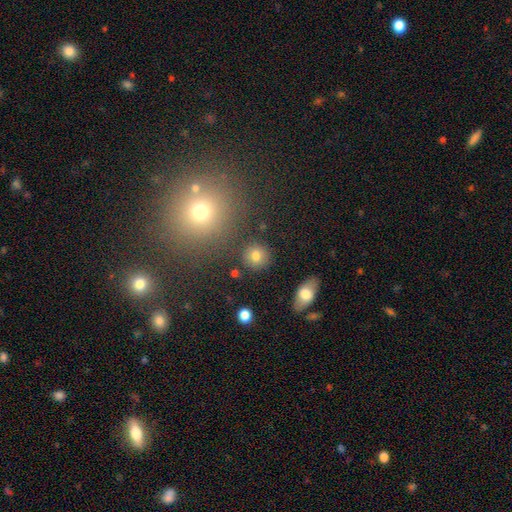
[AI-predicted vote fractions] A smooth galaxy with no disk features (79%) that is round (90%). Merging: none (87%).